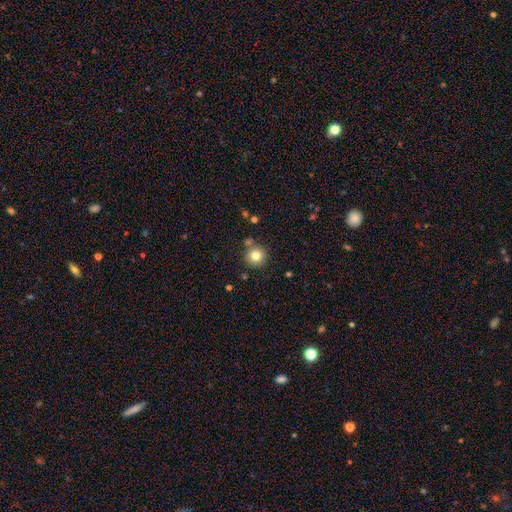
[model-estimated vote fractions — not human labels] The model was most divided on "smooth or featured": smooth: 80%, star or artifact: 11%, featured or disk: 9%. More confident: how rounded — round (94%); merging — none (80%).